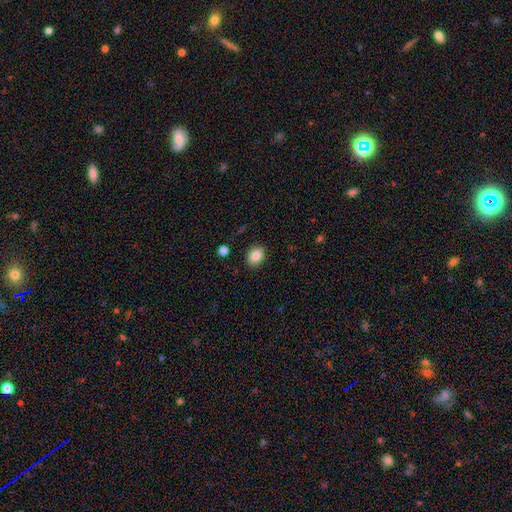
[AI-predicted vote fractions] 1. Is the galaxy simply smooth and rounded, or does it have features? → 85% smooth, 9% star or artifact, 7% featured or disk.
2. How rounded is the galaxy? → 56% in between, 43% round, 1% cigar-shaped.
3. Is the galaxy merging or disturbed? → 88% none, 8% minor disturbance, 2% major disturbance, 2% merger.